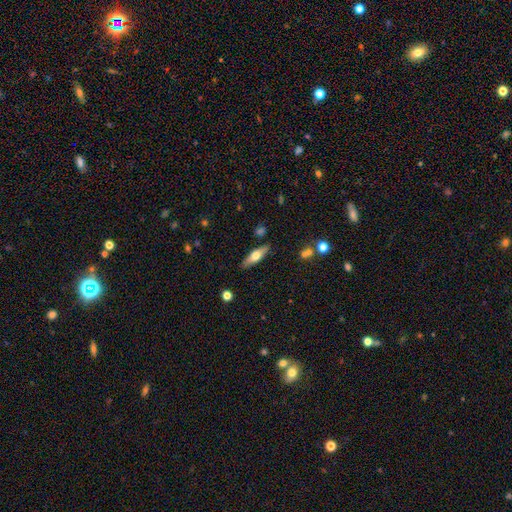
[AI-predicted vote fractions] The model was most divided on "smooth or featured": smooth: 50%, featured or disk: 44%, star or artifact: 6%. More confident: merging — none (86%).